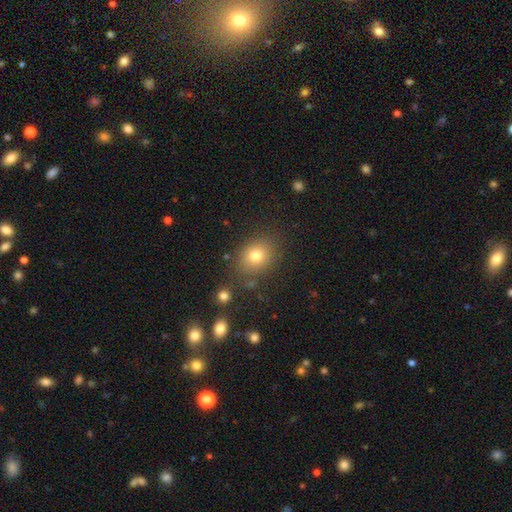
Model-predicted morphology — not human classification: A smooth galaxy with no disk features (77%) that is round (52%). Merging: none (80%).